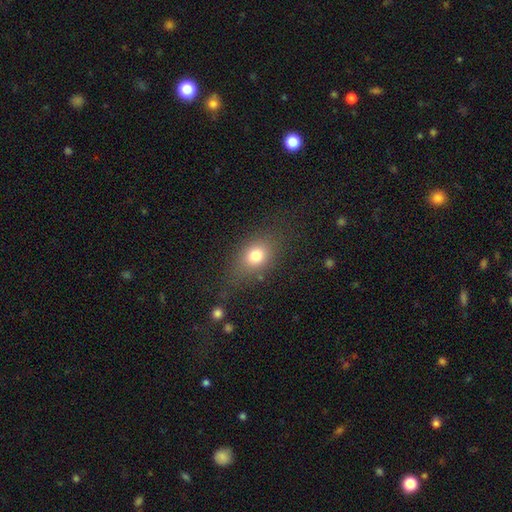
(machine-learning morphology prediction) smooth 76%, featured or disk 12%, star or artifact 12%. Down the decision tree: how rounded — in between (64%); merging — none (72%).